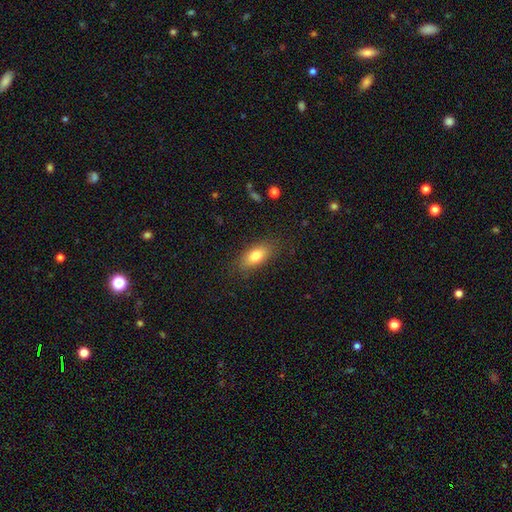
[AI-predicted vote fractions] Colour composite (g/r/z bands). It shows a smooth galaxy with no disk features (80%) that is in between round and cigar-shaped (85%). Merging: none (83%).